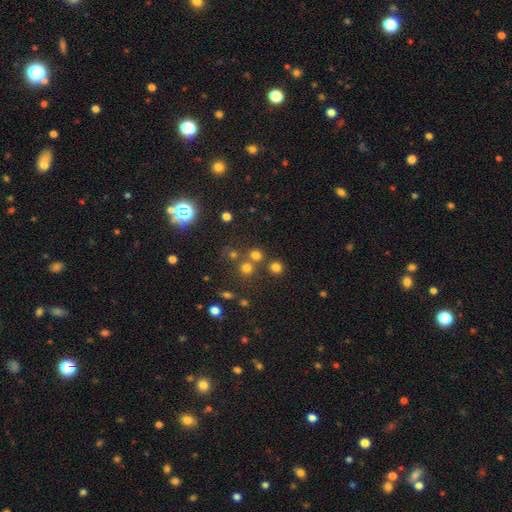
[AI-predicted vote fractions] This is likely a smooth galaxy (67%). How rounded: clearly round (88%). Merging: likely none (68%).